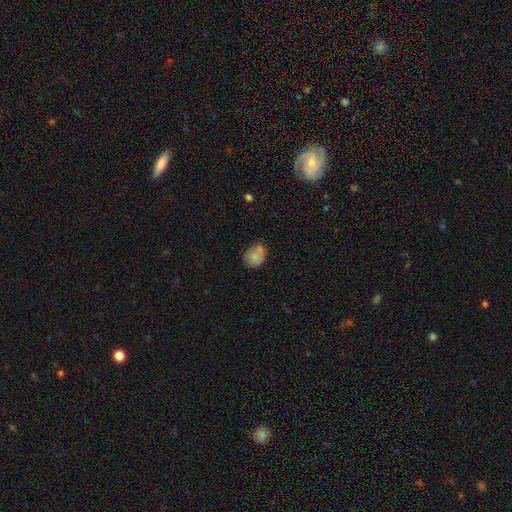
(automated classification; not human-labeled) This is likely a smooth galaxy (79%). How rounded: possibly round (52%). Merging: possibly none (57%).